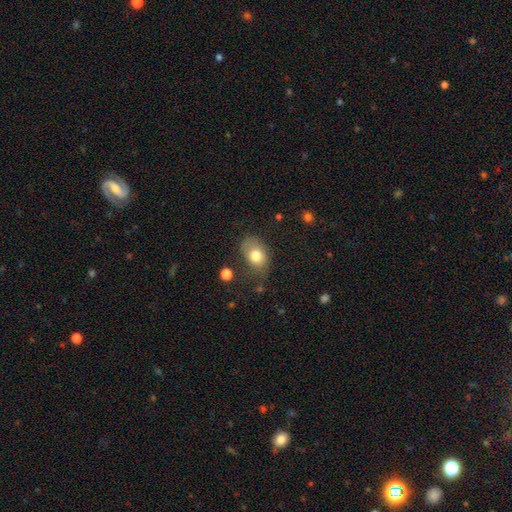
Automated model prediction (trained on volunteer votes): smooth 77%, featured or disk 14%, star or artifact 9%. Down the decision tree: how rounded — in between (76%); merging — none (56%).